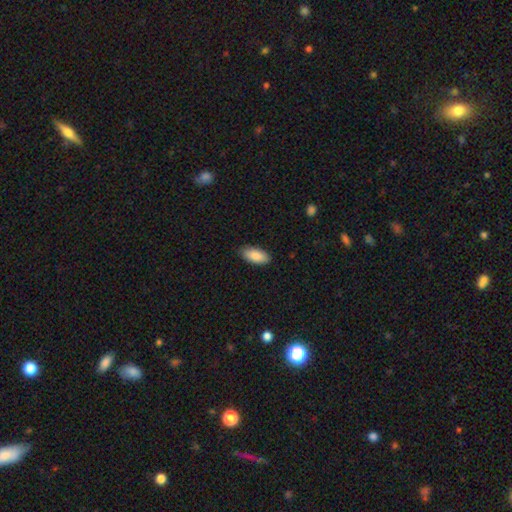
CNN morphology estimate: smooth_or_featured: smooth (p=0.88) [alt: featured or disk p=0.06]
how_rounded: in between (p=0.92) [alt: cigar-shaped p=0.06]
merging: none (p=0.86) [alt: minor disturbance p=0.11]